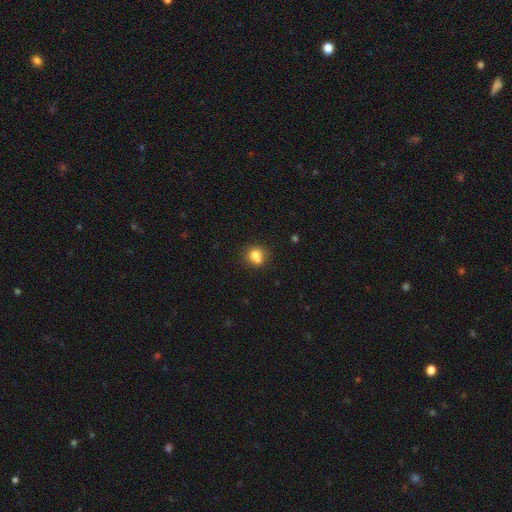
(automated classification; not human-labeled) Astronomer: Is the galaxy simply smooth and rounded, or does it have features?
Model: smooth — 77%.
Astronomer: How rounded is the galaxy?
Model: round — 74%.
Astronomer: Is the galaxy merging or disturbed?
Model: none — 52% (runner-up: merger, 28%).